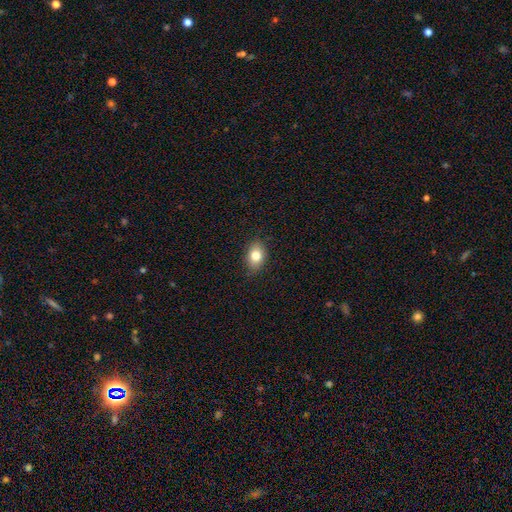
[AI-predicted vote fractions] This appears to be a smooth galaxy with no disk features (80%) that is in between round and cigar-shaped (76%). Merging: none (86%).